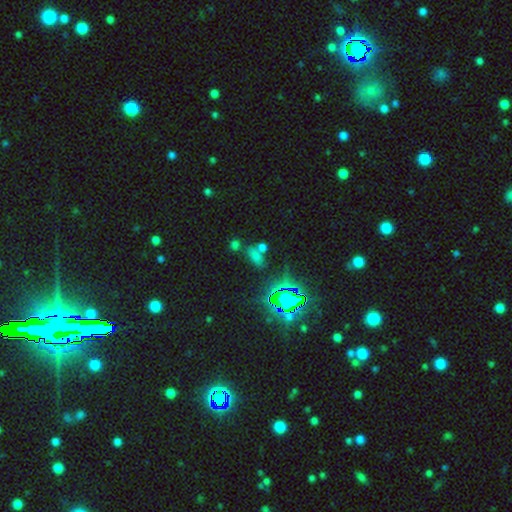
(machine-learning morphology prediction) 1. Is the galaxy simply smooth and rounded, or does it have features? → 52% smooth, 38% star or artifact, 10% featured or disk.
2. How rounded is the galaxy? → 71% in between, 16% round, 13% cigar-shaped.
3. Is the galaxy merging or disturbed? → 54% none, 25% merger, 13% minor disturbance, 8% major disturbance.